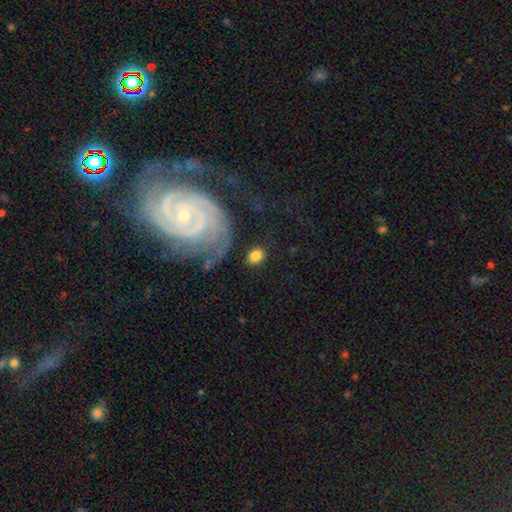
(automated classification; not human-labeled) The model was most divided on "how rounded": in between: 57%, round: 41%, cigar-shaped: 2%. More confident: merging — none (82%); smooth or featured — smooth (80%).